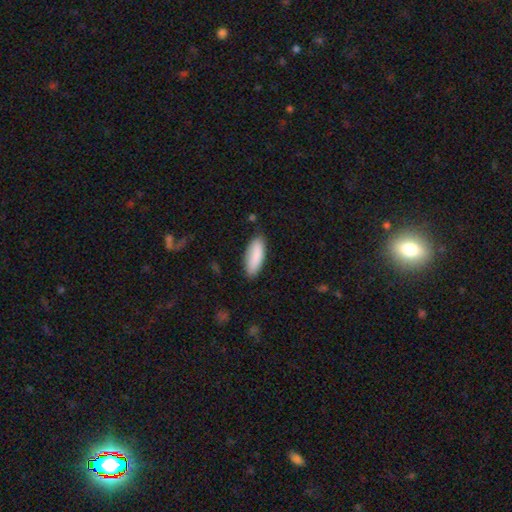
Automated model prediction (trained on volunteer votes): smooth-or-featured: smooth: 88% | featured or disk: 6% | star or artifact: 6%
  how-rounded: in between: 67% | cigar-shaped: 31% | round: 2%
  merging: none: 82% | minor disturbance: 14% | major disturbance: 3% | merger: 2%